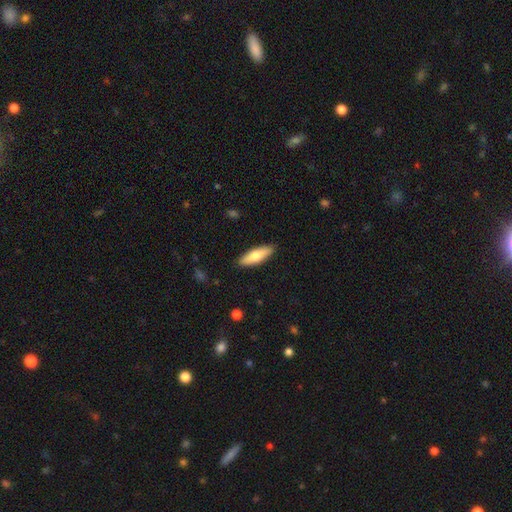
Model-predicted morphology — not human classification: This is likely a smooth galaxy (68%). How rounded: possibly cigar-shaped (53%). Merging: clearly none (89%).